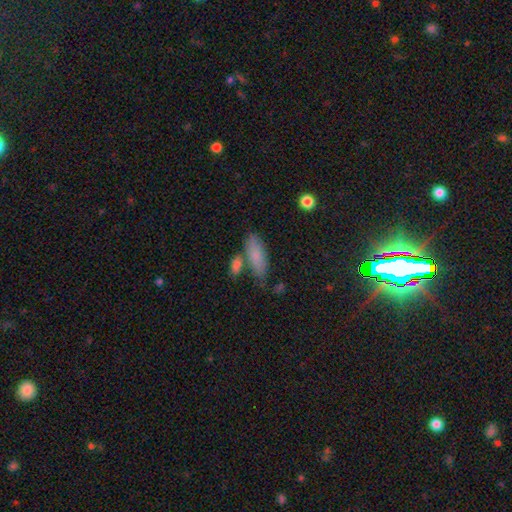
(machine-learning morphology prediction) A smooth galaxy with no disk features (79%) that is in between round and cigar-shaped (63%).

Vote fractions:
- Smooth or featured? smooth: 79% / featured or disk: 14% / star or artifact: 7%
- How rounded? in between: 63% / cigar-shaped: 34% / round: 3%
- Merging? none: 65% / minor disturbance: 15% / merger: 15% / major disturbance: 4%